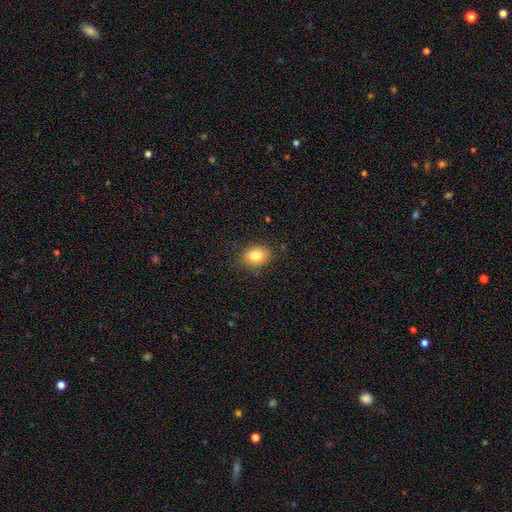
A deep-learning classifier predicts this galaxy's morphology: A smooth galaxy with no disk features (83%) that is in between round and cigar-shaped (61%). Merging: none (84%).